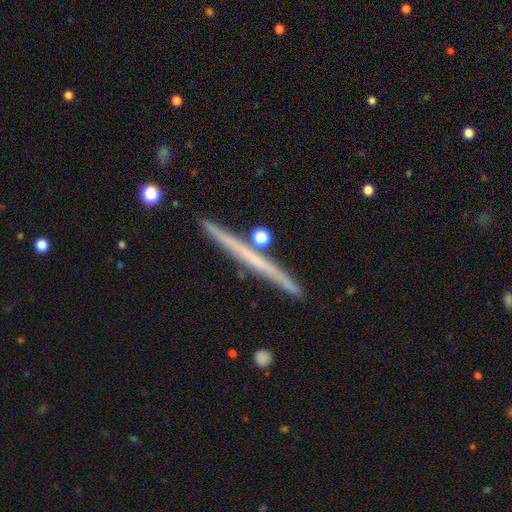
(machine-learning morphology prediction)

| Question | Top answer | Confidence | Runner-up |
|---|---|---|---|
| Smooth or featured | featured or disk | 59% | smooth (35%) |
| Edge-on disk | yes | 97% | no (3%) |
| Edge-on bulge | none | 85% | rounded (12%) |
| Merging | none | 88% | minor disturbance (7%) |